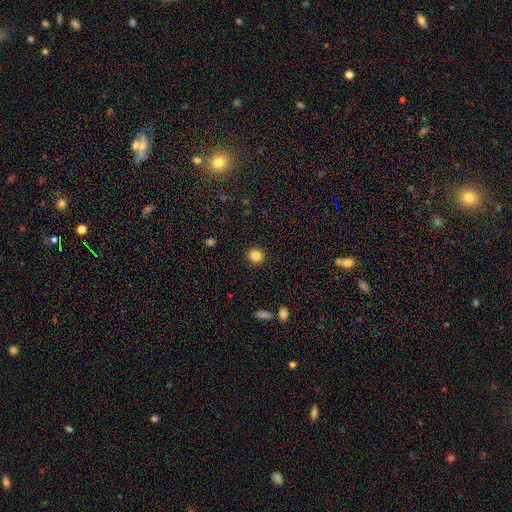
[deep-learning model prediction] Smooth or featured?
  - smooth: 84% *
  - star or artifact: 11%
  - featured or disk: 5%
How rounded?
  - round: 91% *
  - in between: 8%
  - cigar-shaped: 1%
Merging?
  - none: 92% *
  - minor disturbance: 5%
  - major disturbance: 2%
  - merger: 1%